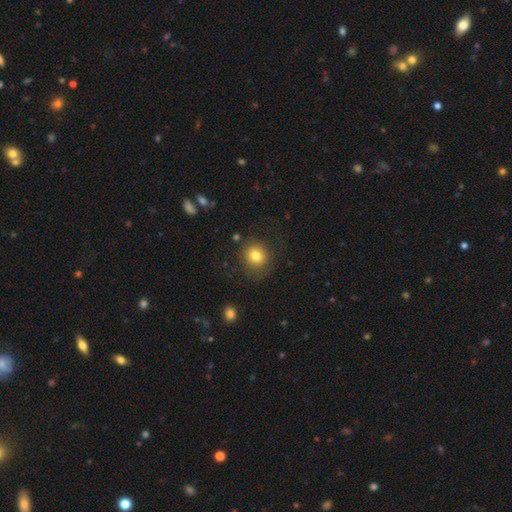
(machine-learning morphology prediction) Smooth or featured? Predicted: smooth (p=0.79). How rounded? Predicted: round (p=0.86). Merging? Predicted: none (p=0.79).